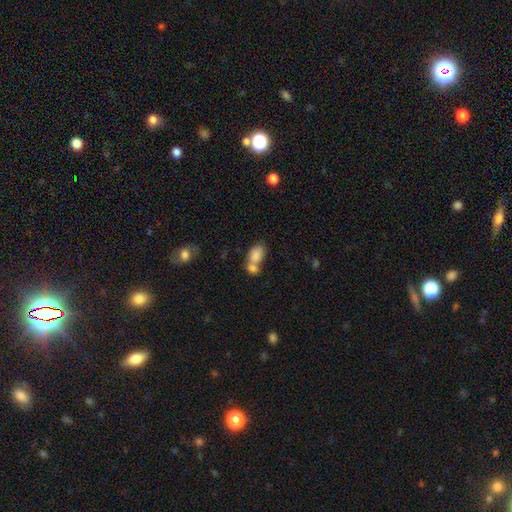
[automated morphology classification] Smooth or featured: smooth — 83% (featured or disk — 9%)
How rounded: in between — 85% (round — 13%)
Merging: merger — 58% (none — 28%)